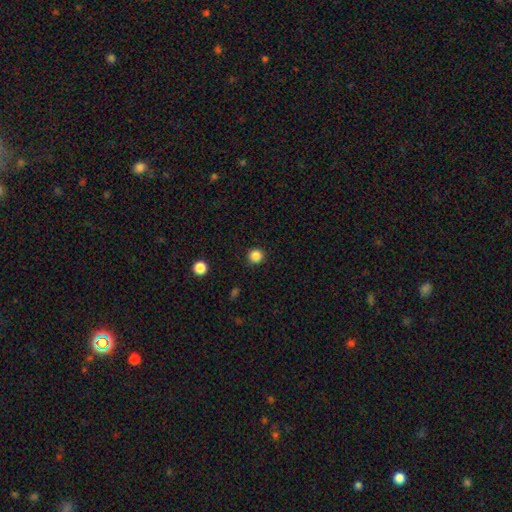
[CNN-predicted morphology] This is clearly a smooth galaxy (85%). How rounded: clearly round (94%). Merging: clearly none (90%).